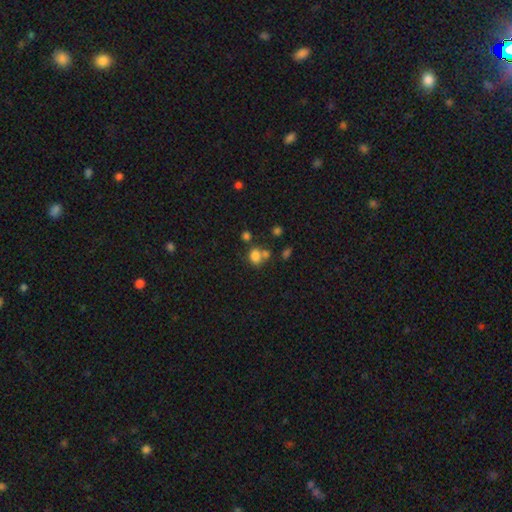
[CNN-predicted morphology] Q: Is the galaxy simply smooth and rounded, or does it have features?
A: smooth — 77%.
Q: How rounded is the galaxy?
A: in between — 52%.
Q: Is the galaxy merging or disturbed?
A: none — 47%.